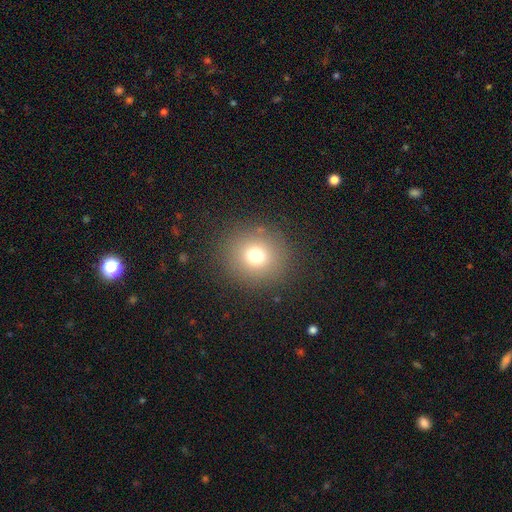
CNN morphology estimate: This appears to be a smooth galaxy with no disk features (73%) that is round (91%). Merging: none (87%).